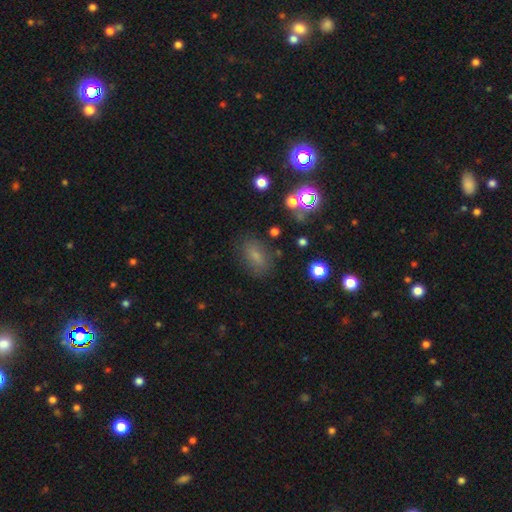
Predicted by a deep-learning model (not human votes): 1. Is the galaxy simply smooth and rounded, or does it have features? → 69% smooth, 18% star or artifact, 13% featured or disk.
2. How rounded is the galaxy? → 82% in between, 12% round, 5% cigar-shaped.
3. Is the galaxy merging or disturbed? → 78% none, 14% minor disturbance, 5% major disturbance, 3% merger.